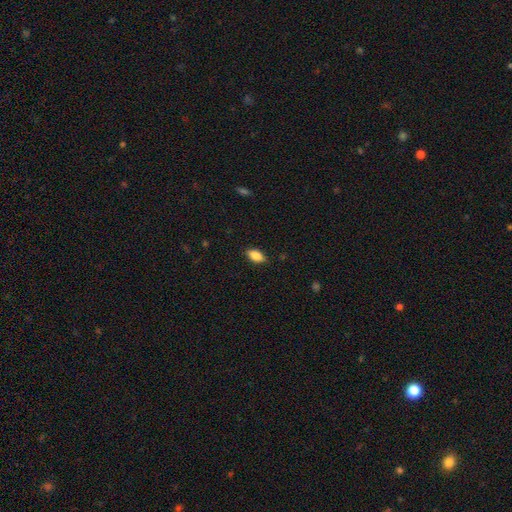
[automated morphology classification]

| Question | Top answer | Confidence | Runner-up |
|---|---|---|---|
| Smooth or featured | smooth | 83% | featured or disk (10%) |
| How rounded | in between | 89% | cigar-shaped (7%) |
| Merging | none | 85% | minor disturbance (11%) |